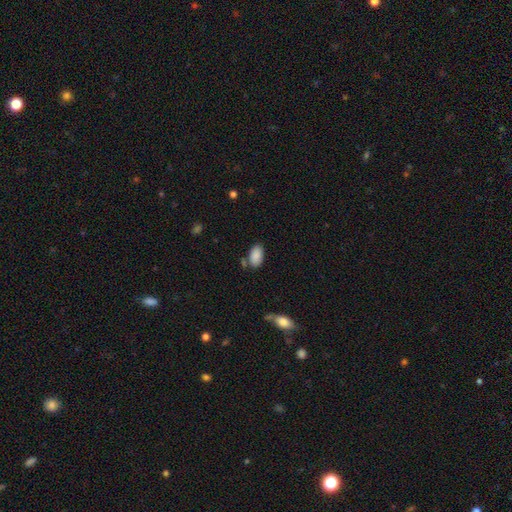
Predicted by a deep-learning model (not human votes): Smooth or featured? Predicted: smooth (p=0.88). How rounded? Predicted: in between (p=0.94). Merging? Predicted: none (p=0.72).